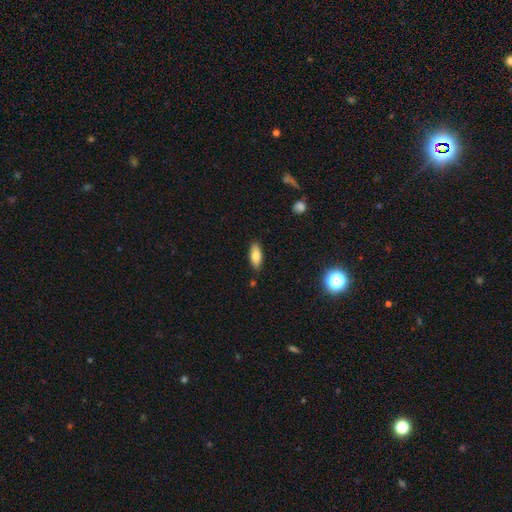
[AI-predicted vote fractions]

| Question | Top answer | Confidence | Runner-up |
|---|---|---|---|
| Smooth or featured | smooth | 79% | featured or disk (13%) |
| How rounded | in between | 80% | cigar-shaped (18%) |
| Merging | none | 84% | minor disturbance (12%) |